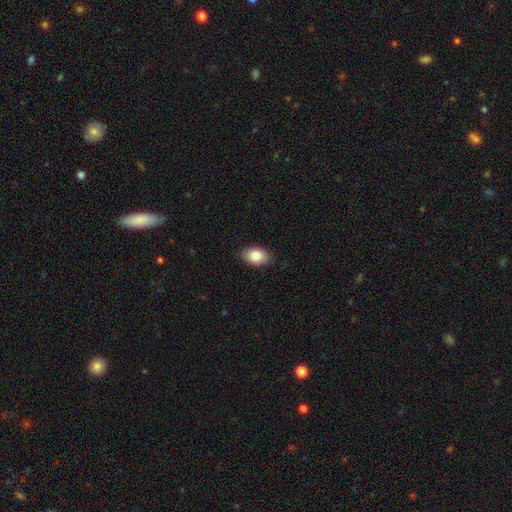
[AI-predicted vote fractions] A smooth galaxy with no disk features (84%) that is in between round and cigar-shaped (88%). Merging: none (87%).